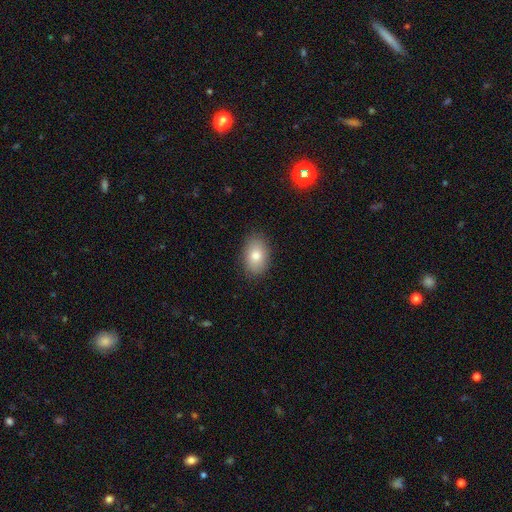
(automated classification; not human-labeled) Smooth or featured? Predicted: smooth (p=0.80). How rounded? Predicted: in between (p=0.84). Merging? Predicted: none (p=0.86).